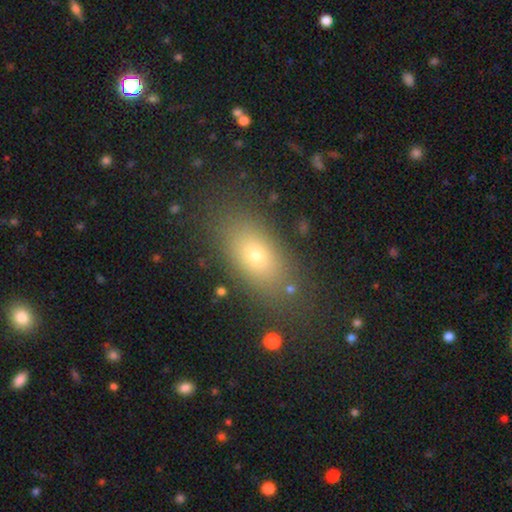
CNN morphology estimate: This appears to be a smooth galaxy with no disk features (70%) that is in between round and cigar-shaped (80%). Merging: none (79%).